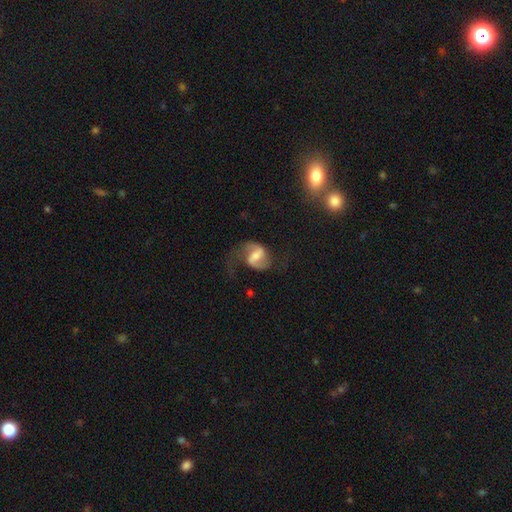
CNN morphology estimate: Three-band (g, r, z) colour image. It shows a featured or disk galaxy (84%) with a weak bar (51%), 2 (91%) loose (49%) spiral arms (95%) and a moderate central bulge (53%). Merging: none (62%).